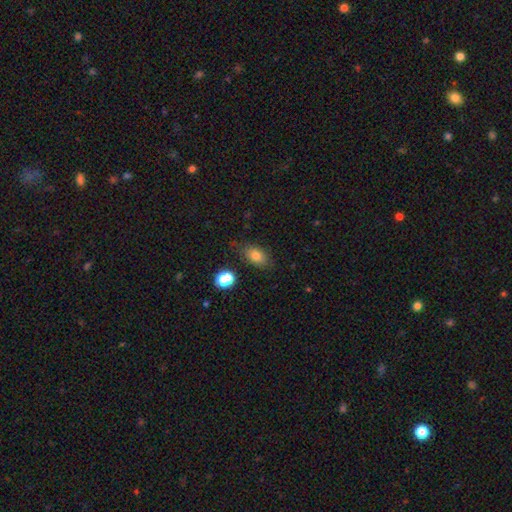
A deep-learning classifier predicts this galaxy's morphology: smooth 78%, star or artifact 11%, featured or disk 11%. Down the decision tree: how rounded — in between (83%); merging — none (76%).